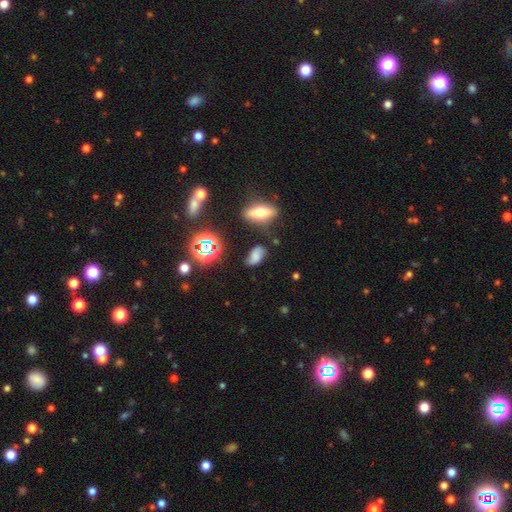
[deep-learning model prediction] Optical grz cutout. It shows a smooth galaxy with no disk features (57%) that is in between round and cigar-shaped (86%). Merging: none (66%).